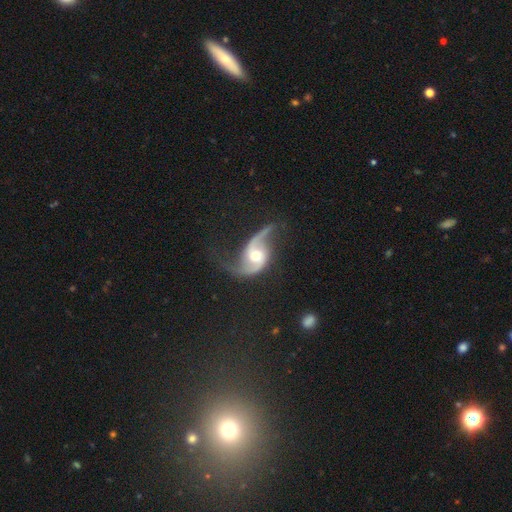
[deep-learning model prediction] smooth_or_featured: featured or disk (p=0.90) [alt: smooth p=0.05]
disk_edge_on: no (p=0.97) [alt: yes p=0.03]
bar: no (p=0.50) [alt: weak p=0.37]
has_spiral_arms: yes (p=0.97) [alt: no p=0.03]
spiral_winding: loose (p=0.72) [alt: medium p=0.23]
spiral_arm_count: 2 (p=0.93) [alt: 1 p=0.02]
bulge_size: moderate (p=0.61) [alt: large p=0.18]
merging: none (p=0.65) [alt: minor disturbance p=0.18]